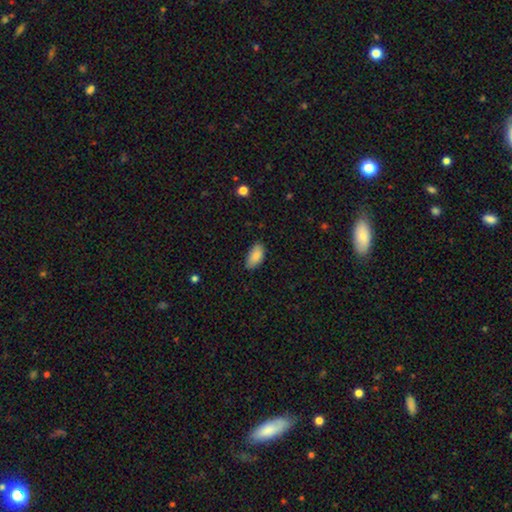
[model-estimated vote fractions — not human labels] Smooth or featured? Predicted: smooth (p=0.87). How rounded? Predicted: in between (p=0.93). Merging? Predicted: none (p=0.76).